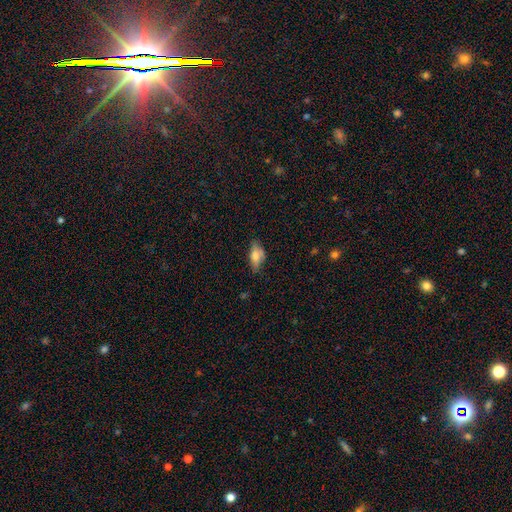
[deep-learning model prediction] Smooth or featured? smooth (70%)
How rounded? in between (86%)
Merging? none (59%)